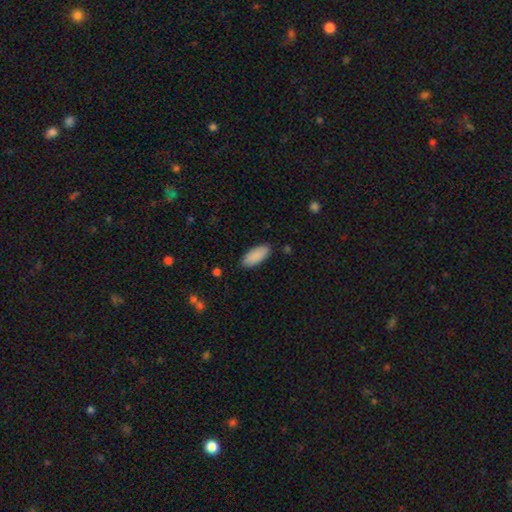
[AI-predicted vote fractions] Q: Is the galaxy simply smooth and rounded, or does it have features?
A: smooth — 90%.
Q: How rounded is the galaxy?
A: in between — 84%.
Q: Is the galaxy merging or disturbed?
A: none — 88%.